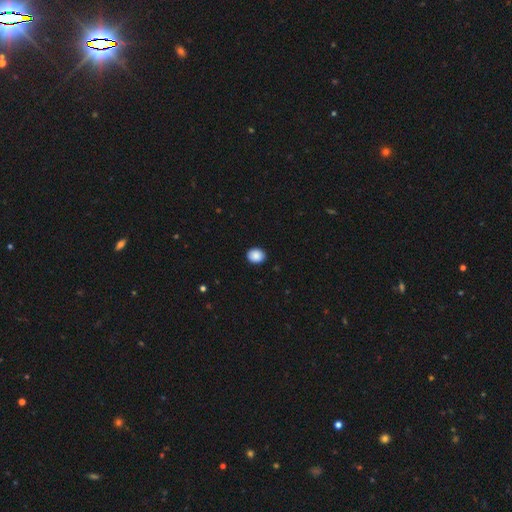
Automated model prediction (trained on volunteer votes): This appears to be a smooth galaxy with no disk features (89%) that is round (58%). Merging: none (91%).